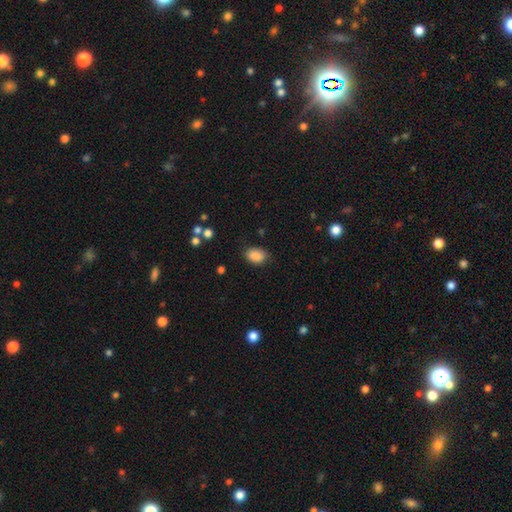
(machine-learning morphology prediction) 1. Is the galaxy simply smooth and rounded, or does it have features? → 88% smooth, 8% star or artifact, 4% featured or disk.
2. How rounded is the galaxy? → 80% in between, 19% round, 1% cigar-shaped.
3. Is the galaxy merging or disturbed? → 82% none, 13% minor disturbance, 3% major disturbance, 1% merger.